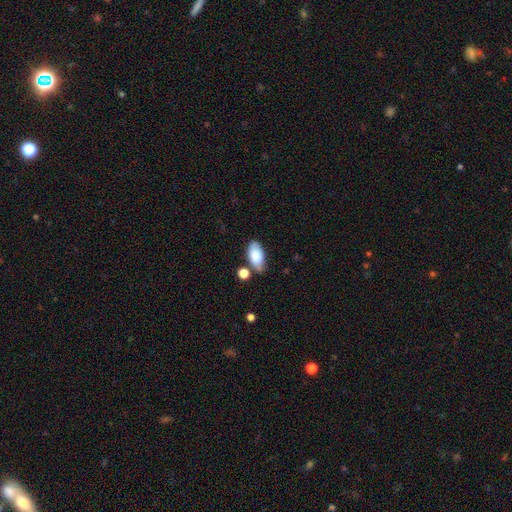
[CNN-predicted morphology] Smooth or featured? smooth (84%)
How rounded? in between (94%)
Merging? none (63%)